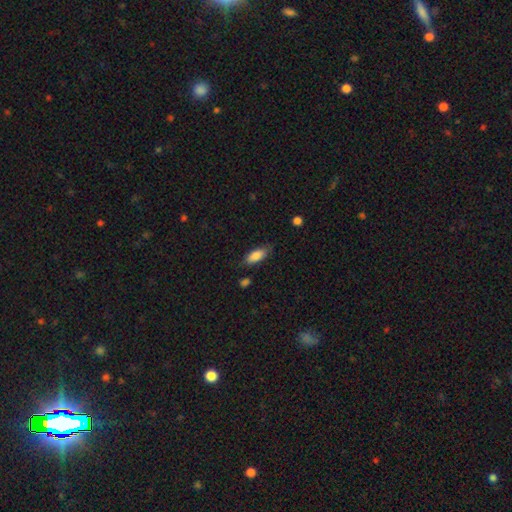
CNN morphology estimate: smooth-or-featured: smooth: 85% | featured or disk: 8% | star or artifact: 7%
  how-rounded: in between: 82% | cigar-shaped: 15% | round: 2%
  merging: none: 74% | minor disturbance: 19% | major disturbance: 4% | merger: 2%